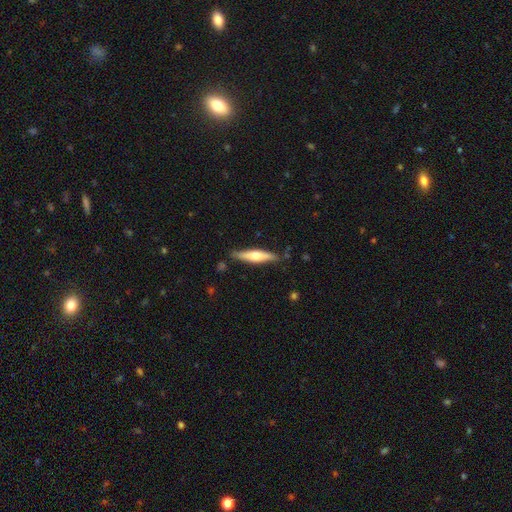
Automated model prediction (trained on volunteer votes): This appears to be a featured or disk galaxy (52%) viewed edge-on (94%). Merging: none (83%).